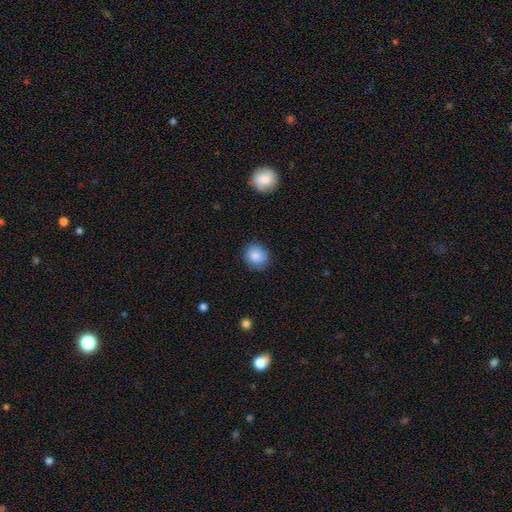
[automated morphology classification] type=smooth (84%); roundness=round (83%); merging=none (83%).